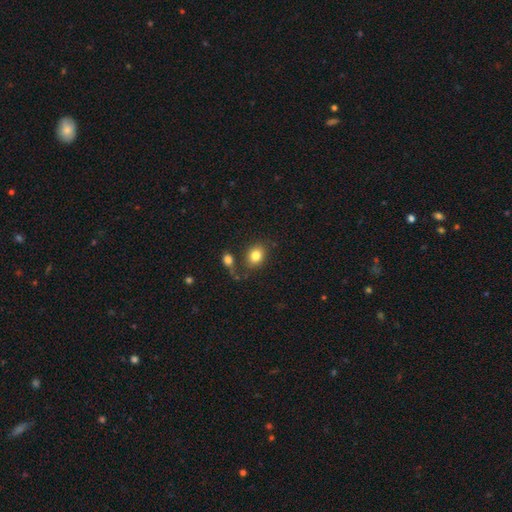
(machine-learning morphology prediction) A smooth galaxy with no disk features (82%) that is in between round and cigar-shaped (54%). Merging: none (73%).